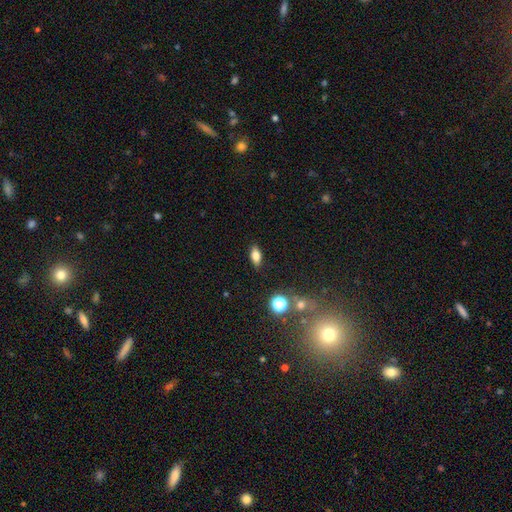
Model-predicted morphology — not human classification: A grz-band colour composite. It shows a smooth galaxy with no disk features (76%) that is in between round and cigar-shaped (81%). Merging: none (86%).